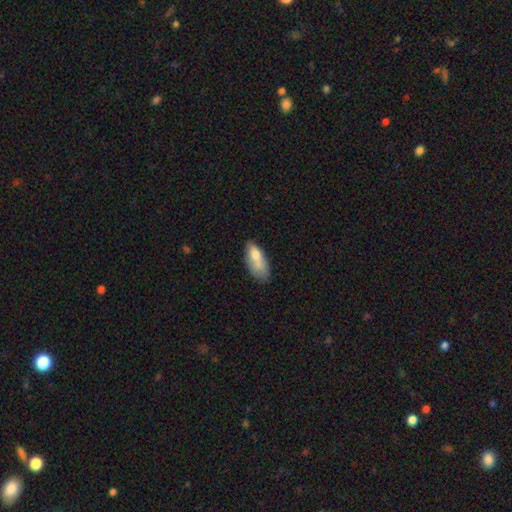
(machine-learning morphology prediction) A smooth galaxy with no disk features (73%) that is in between round and cigar-shaped (79%).

Vote fractions:
- Smooth or featured? smooth: 73% / featured or disk: 20% / star or artifact: 7%
- How rounded? in between: 79% / cigar-shaped: 18% / round: 3%
- Merging? none: 44% / minor disturbance: 32% / major disturbance: 13% / merger: 11%